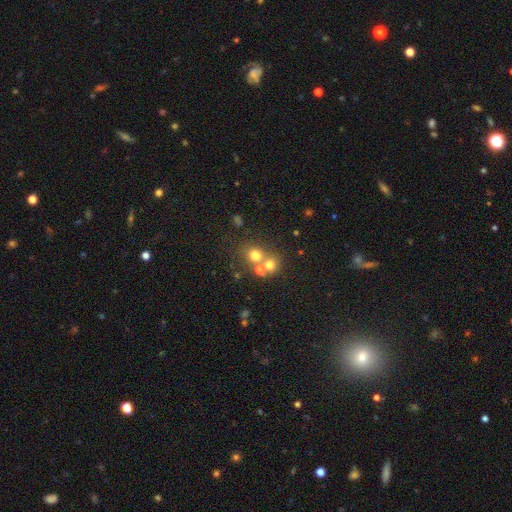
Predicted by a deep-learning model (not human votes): The model was most divided on "merging": none: 46%, merger: 42%, minor disturbance: 7%, major disturbance: 4%. More confident: how rounded — round (81%); smooth or featured — smooth (68%).